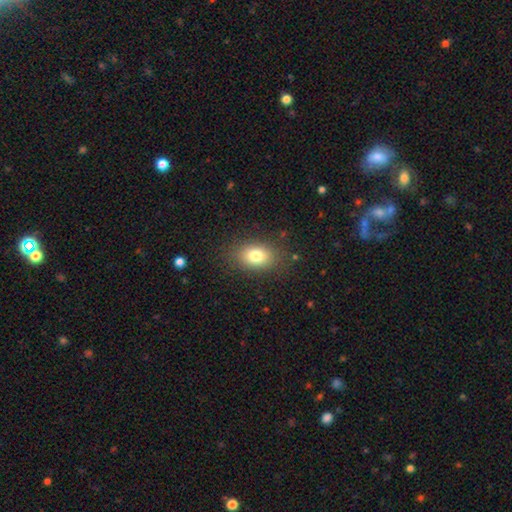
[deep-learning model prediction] Smooth or featured? Predicted: smooth (p=0.79). How rounded? Predicted: in between (p=0.77). Merging? Predicted: none (p=0.84).